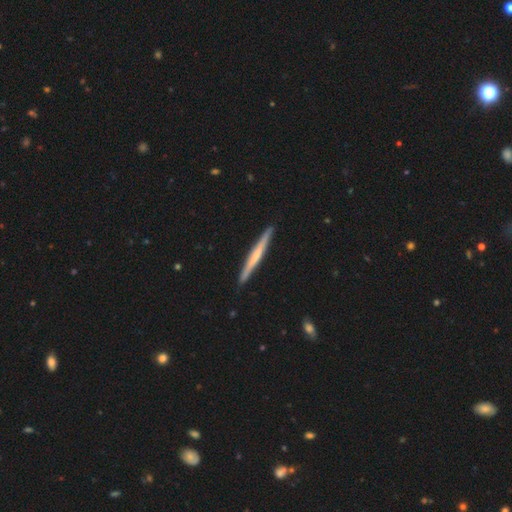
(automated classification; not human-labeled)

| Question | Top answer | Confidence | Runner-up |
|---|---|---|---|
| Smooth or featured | featured or disk | 55% | smooth (40%) |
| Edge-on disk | yes | 98% | no (2%) |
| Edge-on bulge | none | 53% | rounded (34%) |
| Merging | none | 92% | minor disturbance (6%) |